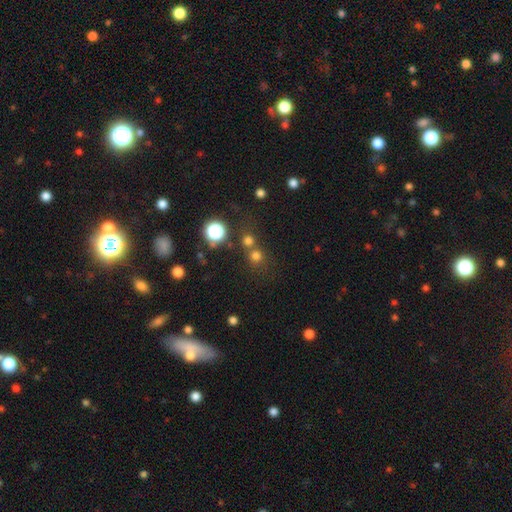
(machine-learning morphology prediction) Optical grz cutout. It shows a smooth galaxy with no disk features (69%) that is round (90%). Merging: none (61%).